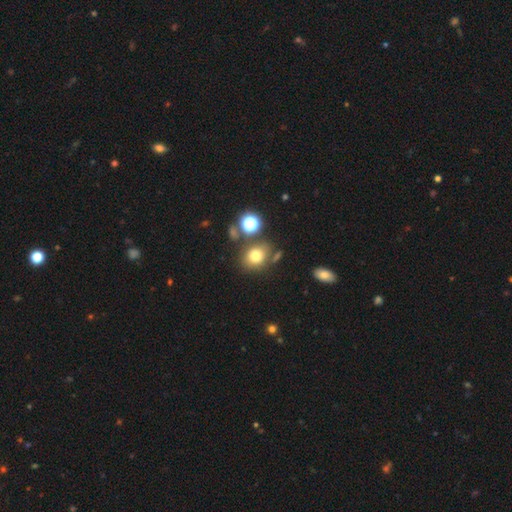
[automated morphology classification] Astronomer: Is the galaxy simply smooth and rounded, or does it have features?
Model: smooth — 73%.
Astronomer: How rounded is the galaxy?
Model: round — 59% (runner-up: in between, 40%).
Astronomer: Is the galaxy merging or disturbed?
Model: none — 69%.